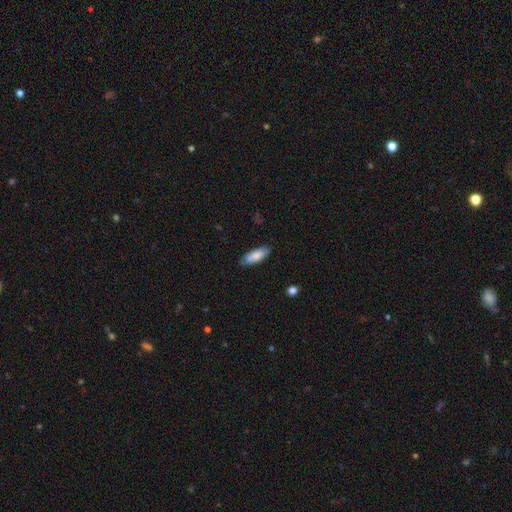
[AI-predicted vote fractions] Smooth or featured: smooth — 81% (featured or disk — 12%)
How rounded: in between — 70% (cigar-shaped — 28%)
Merging: none — 79% (minor disturbance — 16%)